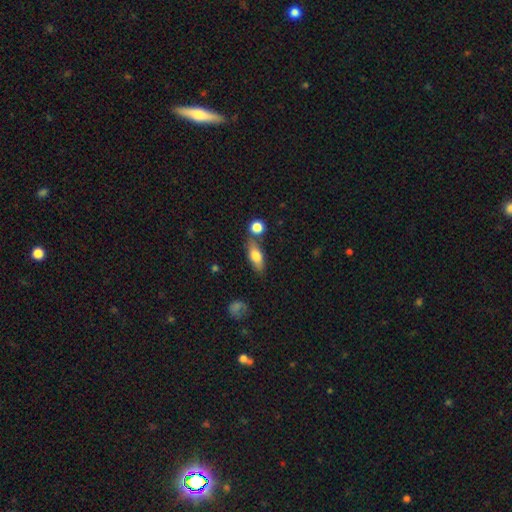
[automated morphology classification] smooth-or-featured: smooth: 72% | featured or disk: 20% | star or artifact: 8%
  how-rounded: in between: 72% | cigar-shaped: 23% | round: 5%
  merging: none: 67% | minor disturbance: 15% | merger: 14% | major disturbance: 4%